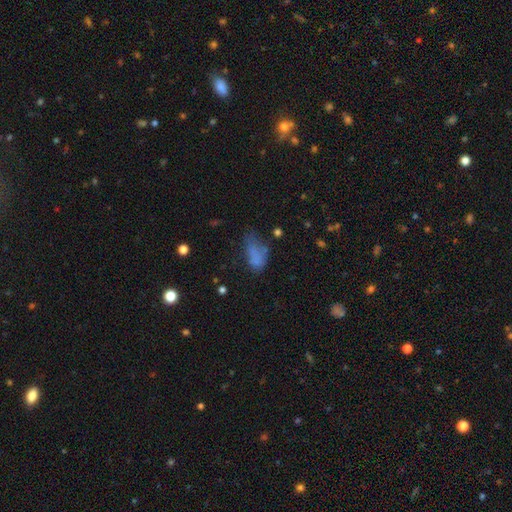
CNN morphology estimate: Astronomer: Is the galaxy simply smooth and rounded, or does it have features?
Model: smooth — 70%.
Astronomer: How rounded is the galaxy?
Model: in between — 86%.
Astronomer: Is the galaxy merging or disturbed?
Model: minor disturbance — 32%, tied with none at 32%.